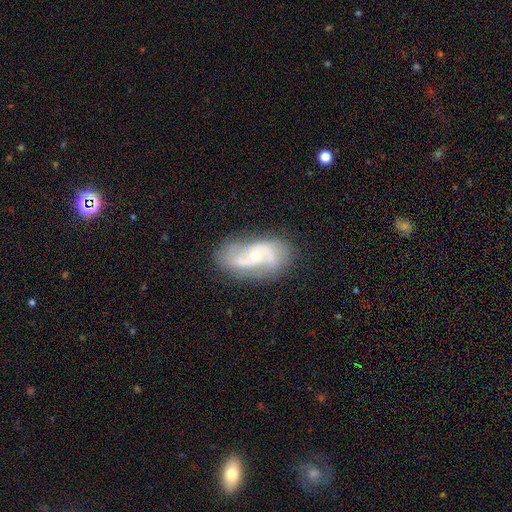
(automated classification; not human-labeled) Morphology: type=featured or disk (82%); edge-on=no (95%); bar=no (54%); spiral arms=yes (93%); winding=medium (47%); arm count=2 (80%); bulge=small (57%); merging=none (76%).